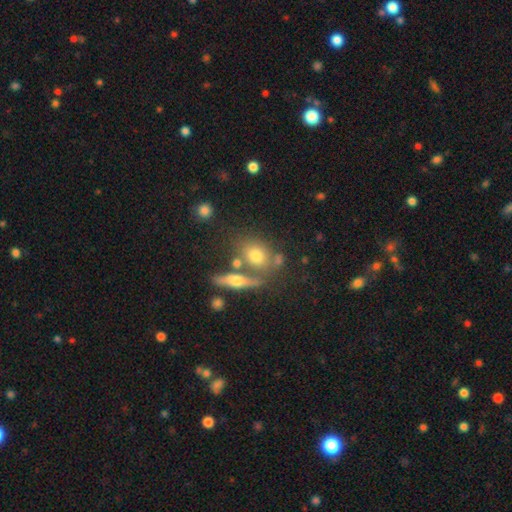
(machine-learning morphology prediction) type=smooth (64%); roundness=in between (47%); merging=none (59%).